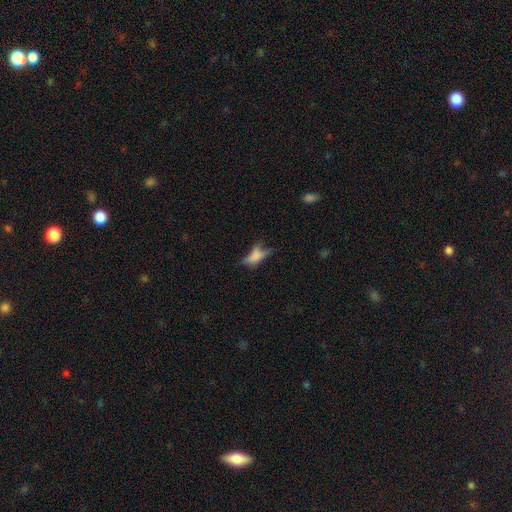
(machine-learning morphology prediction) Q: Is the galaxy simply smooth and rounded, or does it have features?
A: smooth — 60%.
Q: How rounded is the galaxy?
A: in between — 73%.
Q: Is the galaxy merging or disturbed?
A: none — 33%, tied with major disturbance.